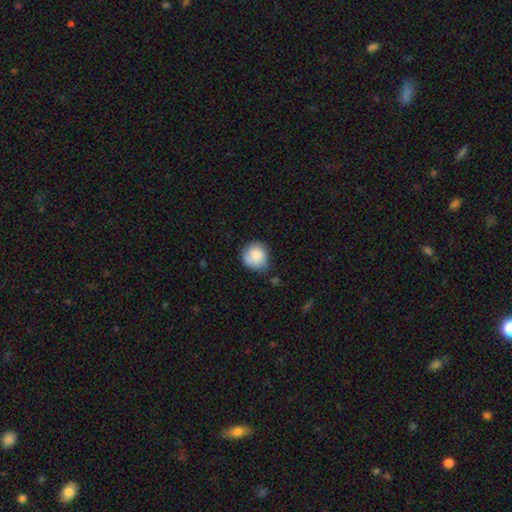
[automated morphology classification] Smooth or featured?
  - smooth: 83% *
  - featured or disk: 9%
  - star or artifact: 7%
How rounded?
  - round: 86% *
  - in between: 13%
  - cigar-shaped: 1%
Merging?
  - none: 66% *
  - minor disturbance: 25%
  - major disturbance: 6%
  - merger: 4%